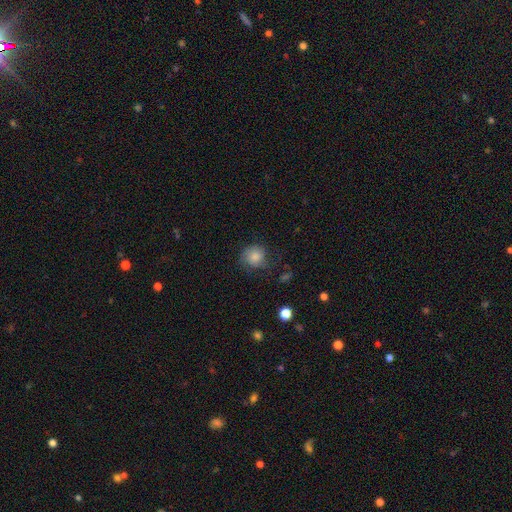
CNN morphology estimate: Q: Smooth or featured?
A: smooth (68%); runner-up: featured or disk (20%)
Q: How rounded?
A: round (84%); runner-up: in between (15%)
Q: Merging?
A: none (65%); runner-up: minor disturbance (22%)